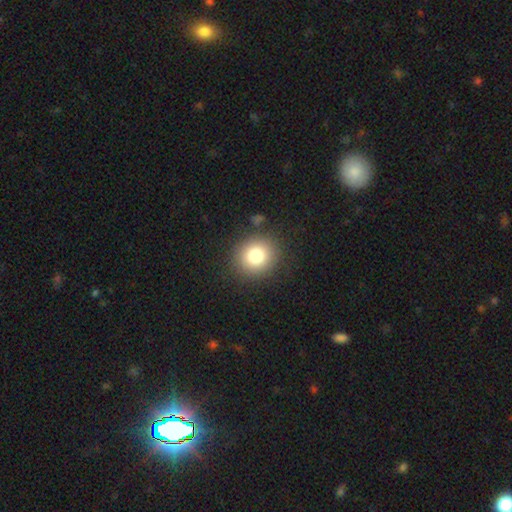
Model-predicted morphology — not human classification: type=smooth (80%); roundness=round (84%); merging=none (87%).